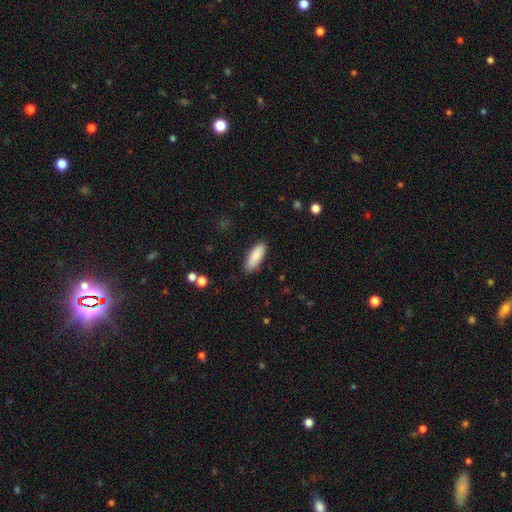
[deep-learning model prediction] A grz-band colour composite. It shows a smooth galaxy with no disk features (87%) that is in between round and cigar-shaped (67%). Merging: none (87%).